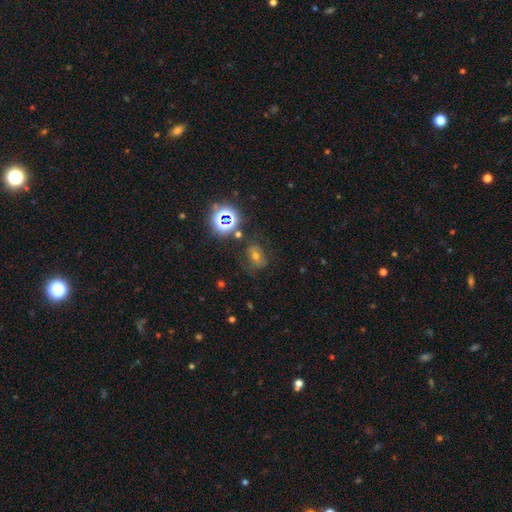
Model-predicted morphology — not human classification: A star or artifact, not a galaxy (41%).

Vote fractions:
- Smooth or featured? star or artifact: 41% / smooth: 37% / featured or disk: 22%